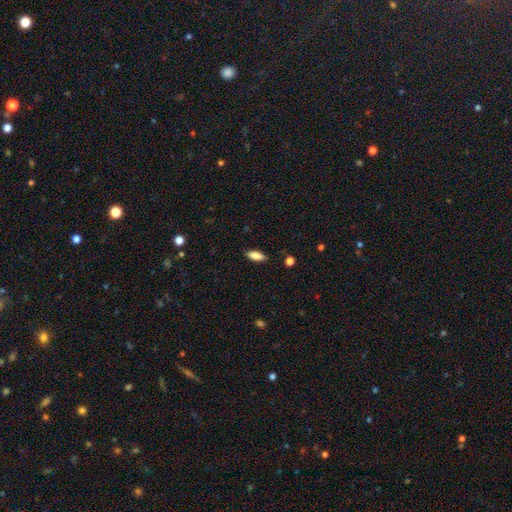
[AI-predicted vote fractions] smooth_or_featured: smooth (p=0.83) [alt: featured or disk p=0.10]
how_rounded: in between (p=0.78) [alt: cigar-shaped p=0.20]
merging: none (p=0.86) [alt: minor disturbance p=0.10]